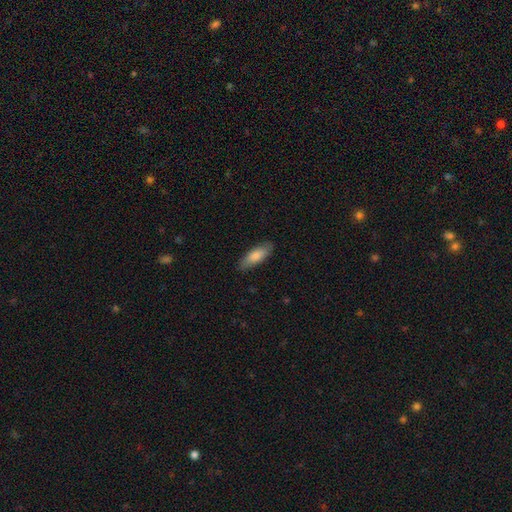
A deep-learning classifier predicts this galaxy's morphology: Overall: smooth (79%). How rounded: in between (64%; cigar-shaped 34%). Merging: none (83%).